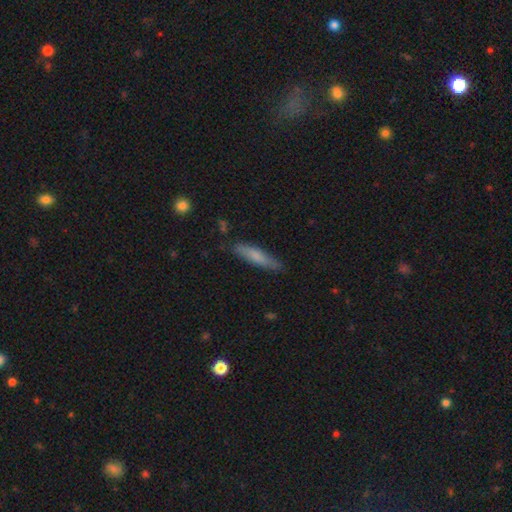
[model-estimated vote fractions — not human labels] smooth_or_featured: smooth (p=0.72) [alt: featured or disk p=0.22]
how_rounded: cigar-shaped (p=0.83) [alt: in between p=0.15]
merging: none (p=0.82) [alt: minor disturbance p=0.14]